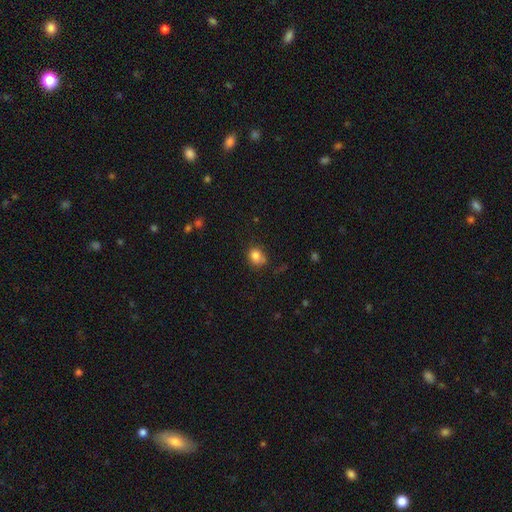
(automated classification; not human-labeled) The model was most divided on "merging": none: 59%, minor disturbance: 25%, merger: 8%, major disturbance: 8%. More confident: smooth or featured — smooth (81%); how rounded — round (72%).